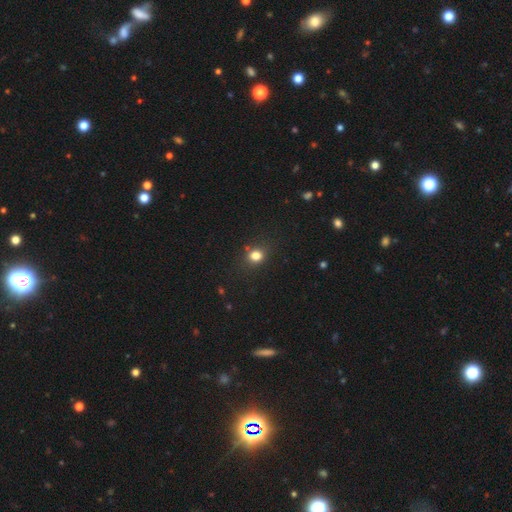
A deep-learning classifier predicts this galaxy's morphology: Smooth or featured? smooth (79%)
How rounded? round (67%)
Merging? none (81%)